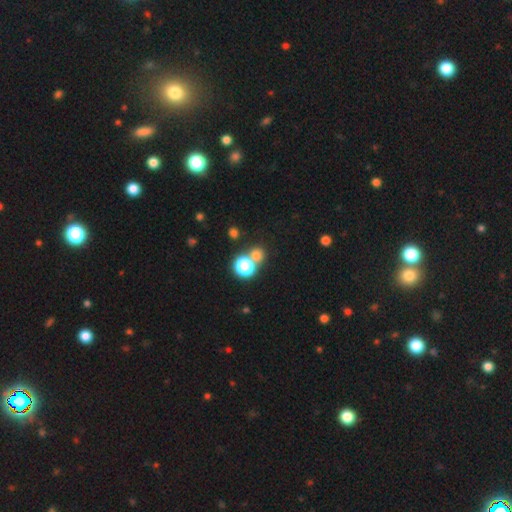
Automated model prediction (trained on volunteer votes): Smooth or featured? smooth (68%)
How rounded? round (84%)
Merging? none (57%)